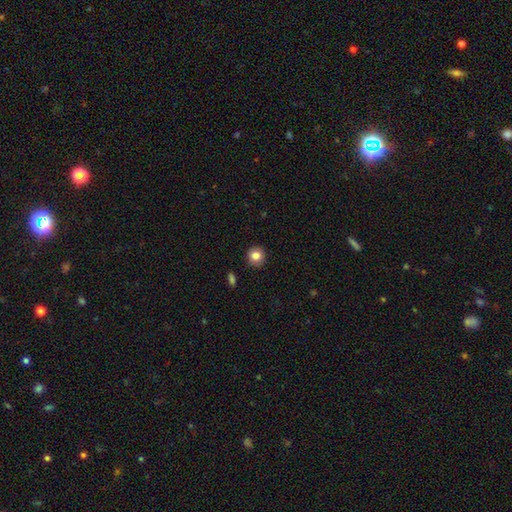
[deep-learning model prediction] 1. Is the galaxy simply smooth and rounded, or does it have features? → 83% smooth, 10% star or artifact, 7% featured or disk.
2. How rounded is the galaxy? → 92% round, 7% in between, 1% cigar-shaped.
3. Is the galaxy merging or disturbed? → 91% none, 6% minor disturbance, 2% major disturbance, 1% merger.